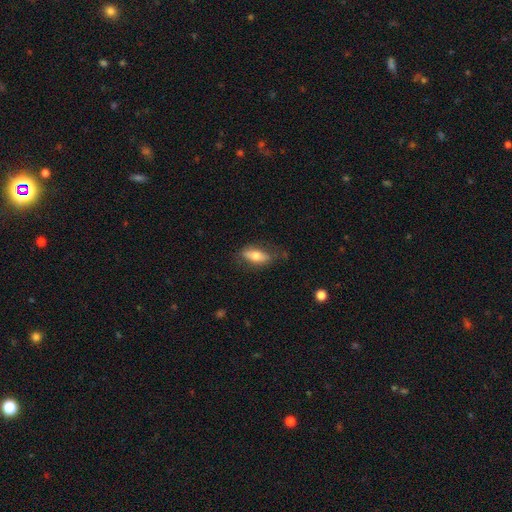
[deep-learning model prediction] A smooth galaxy with no disk features (68%) that is in between round and cigar-shaped (77%).

Vote fractions:
- Smooth or featured? smooth: 68% / featured or disk: 26% / star or artifact: 7%
- How rounded? in between: 77% / cigar-shaped: 20% / round: 4%
- Merging? none: 71% / minor disturbance: 21% / major disturbance: 6% / merger: 2%